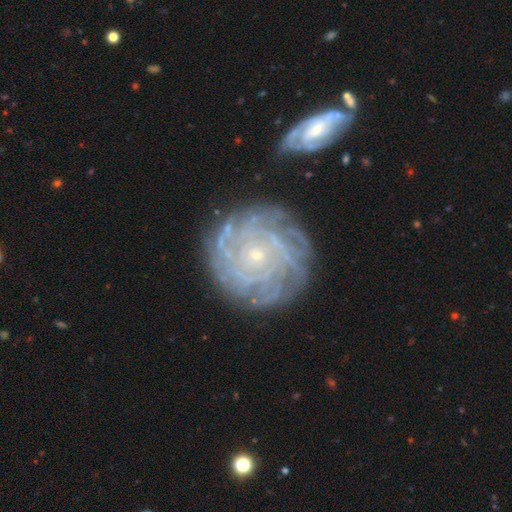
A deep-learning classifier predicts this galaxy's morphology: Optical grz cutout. It shows a featured or disk galaxy (85%) with no bar (80%), tight (84%) spiral arms (96%) and a small central bulge (86%). Merging: none (75%).